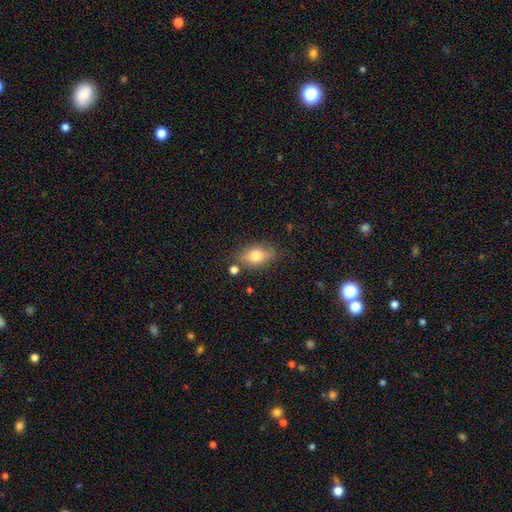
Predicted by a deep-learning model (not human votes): Smooth or featured? smooth (74%)
How rounded? in between (81%)
Merging? none (74%)